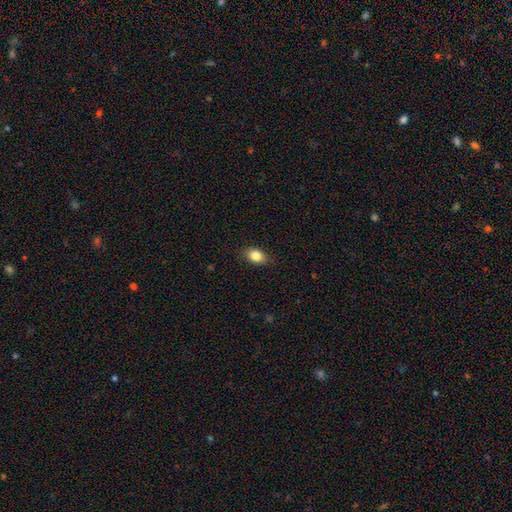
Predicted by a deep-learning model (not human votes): Smooth or featured?
  - smooth: 84% *
  - star or artifact: 9%
  - featured or disk: 8%
How rounded?
  - in between: 78% *
  - round: 21%
  - cigar-shaped: 2%
Merging?
  - none: 85% *
  - minor disturbance: 12%
  - major disturbance: 2%
  - merger: 1%